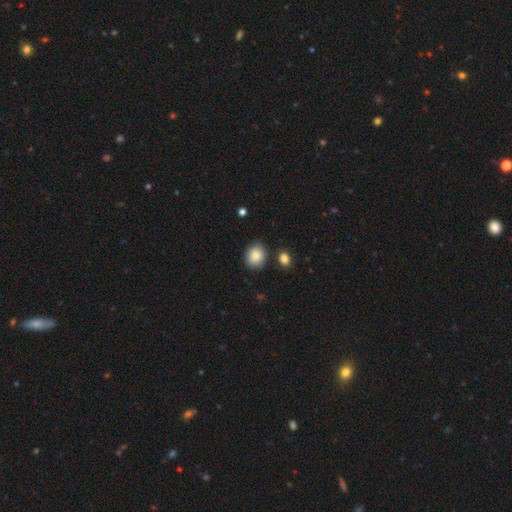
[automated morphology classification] smooth 86%, star or artifact 8%, featured or disk 6%. Down the decision tree: how rounded — round (61%); merging — none (82%).